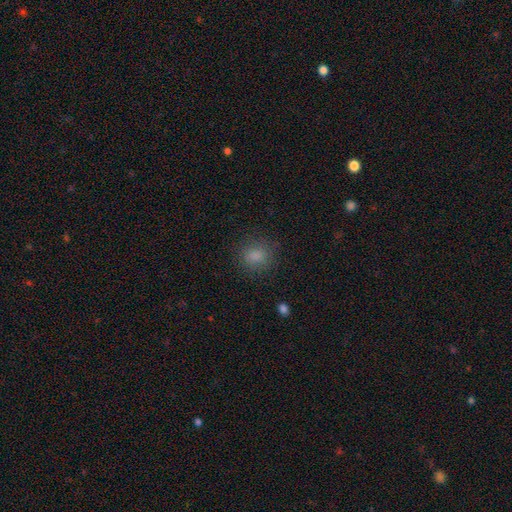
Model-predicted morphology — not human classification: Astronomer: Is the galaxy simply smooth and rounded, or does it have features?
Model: smooth — 84%.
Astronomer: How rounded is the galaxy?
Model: round — 69%.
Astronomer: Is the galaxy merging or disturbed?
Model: none — 82%.